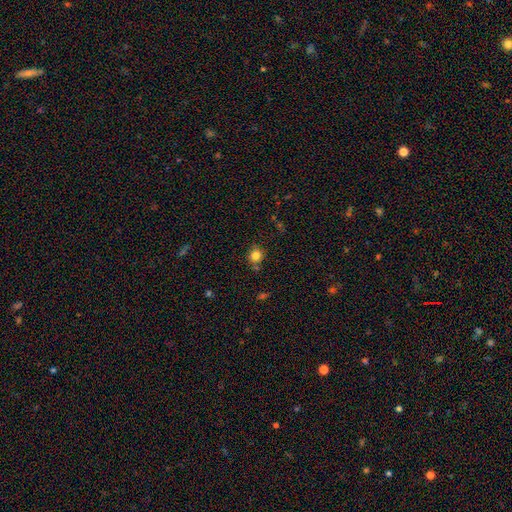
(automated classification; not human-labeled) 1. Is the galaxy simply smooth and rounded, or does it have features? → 82% smooth, 12% star or artifact, 6% featured or disk.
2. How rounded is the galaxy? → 84% round, 15% in between, 1% cigar-shaped.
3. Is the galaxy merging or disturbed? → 77% none, 13% minor disturbance, 6% merger, 3% major disturbance.